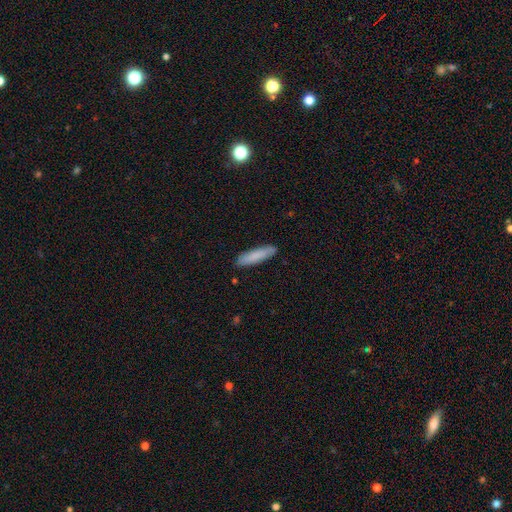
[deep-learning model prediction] The model was most divided on "how rounded": cigar-shaped: 81%, in between: 18%, round: 1%. More confident: merging — none (88%); smooth or featured — smooth (84%).